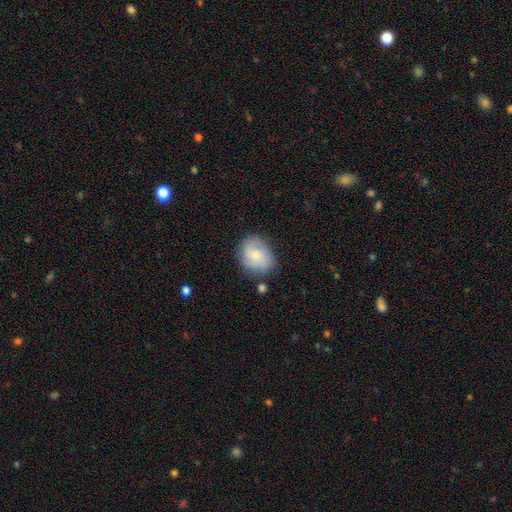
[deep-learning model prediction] smooth-or-featured: smooth: 59% | featured or disk: 34% | star or artifact: 7%
  how-rounded: round: 50% | in between: 49% | cigar-shaped: 1%
  merging: none: 70% | minor disturbance: 21% | major disturbance: 6% | merger: 3%